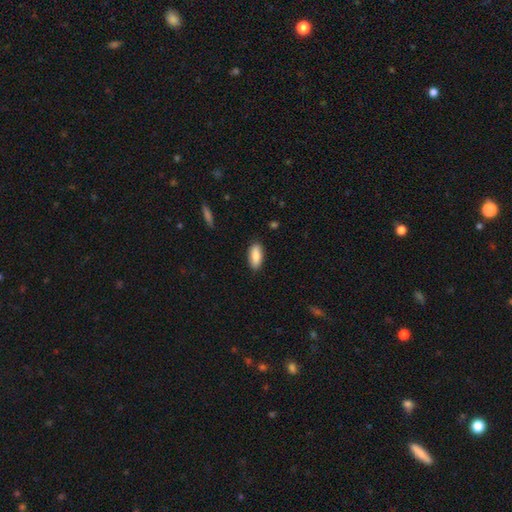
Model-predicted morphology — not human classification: Overall: smooth (86%). How rounded: in between (85%). Merging: none (87%).